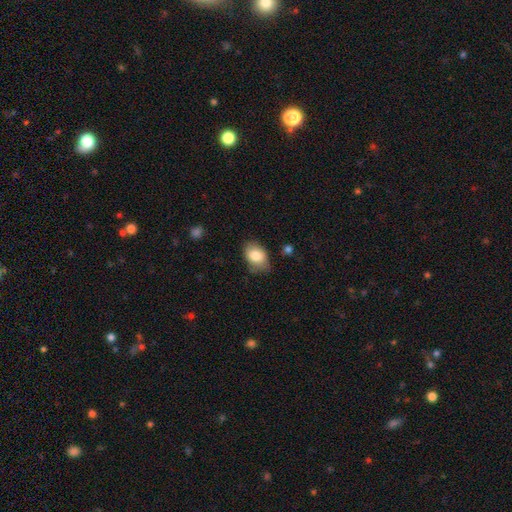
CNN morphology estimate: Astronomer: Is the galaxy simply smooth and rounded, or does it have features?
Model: smooth — 82%.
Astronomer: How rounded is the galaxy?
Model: in between — 82%.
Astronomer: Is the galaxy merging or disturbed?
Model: none — 67%.